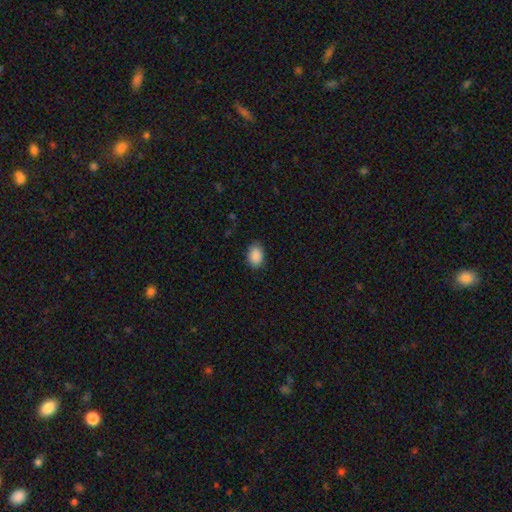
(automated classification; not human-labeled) This appears to be a smooth galaxy with no disk features (90%) that is in between round and cigar-shaped (81%). Merging: none (84%).